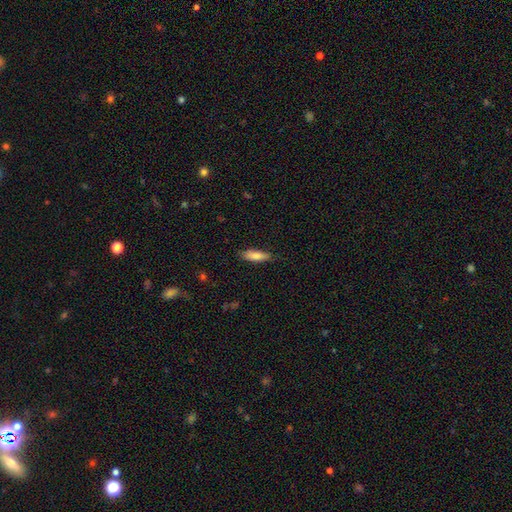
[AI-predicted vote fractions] This is likely a smooth galaxy (79%). How rounded: possibly cigar-shaped (53%). Merging: clearly none (83%).